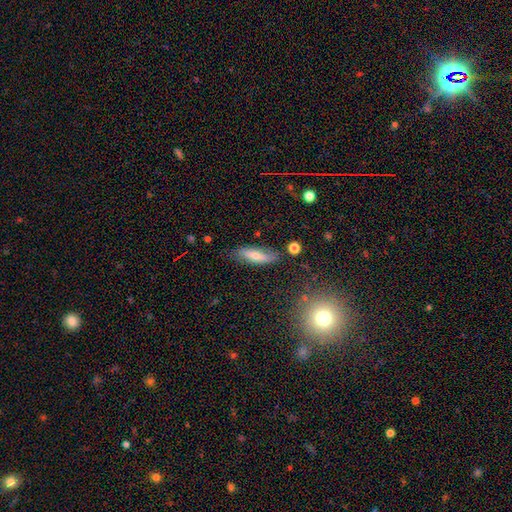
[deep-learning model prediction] A smooth galaxy with no disk features (60%) that is cigar-shaped (50%). Merging: none (70%).